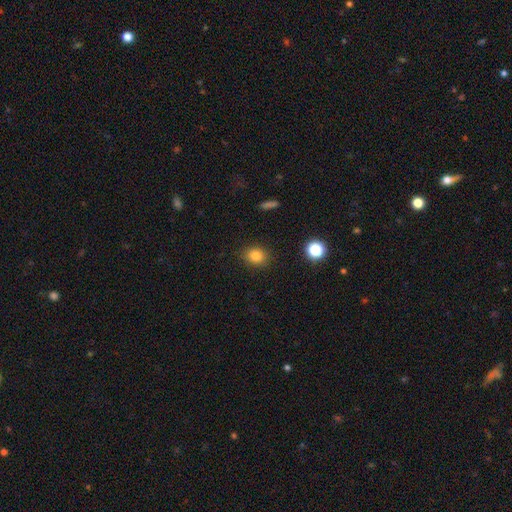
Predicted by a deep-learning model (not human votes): smooth-or-featured: smooth: 82% | star or artifact: 13% | featured or disk: 6%
  how-rounded: round: 59% | in between: 40% | cigar-shaped: 1%
  merging: none: 87% | minor disturbance: 9% | major disturbance: 3% | merger: 1%